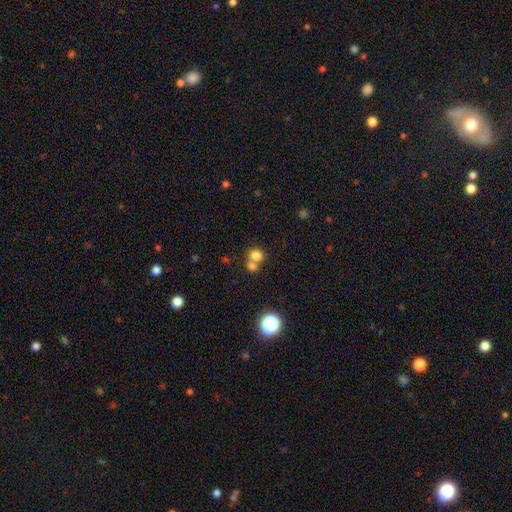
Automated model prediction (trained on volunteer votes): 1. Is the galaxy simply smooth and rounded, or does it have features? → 77% smooth, 14% star or artifact, 9% featured or disk.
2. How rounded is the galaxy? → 84% round, 15% in between, 1% cigar-shaped.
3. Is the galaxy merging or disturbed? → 48% merger, 43% none, 6% minor disturbance, 3% major disturbance.